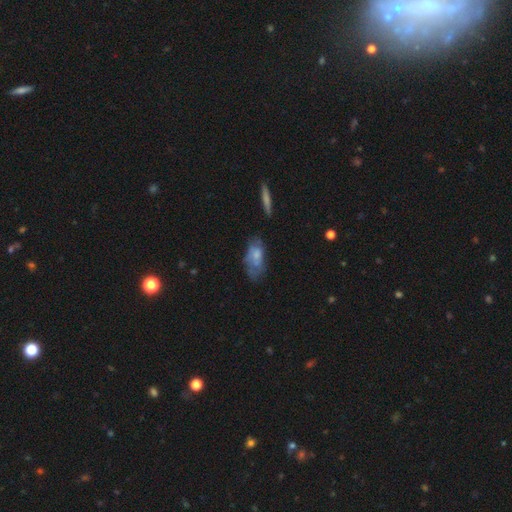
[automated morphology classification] This appears to be a smooth galaxy with no disk features (60%) that is in between round and cigar-shaped (87%). Merging: none (43%).